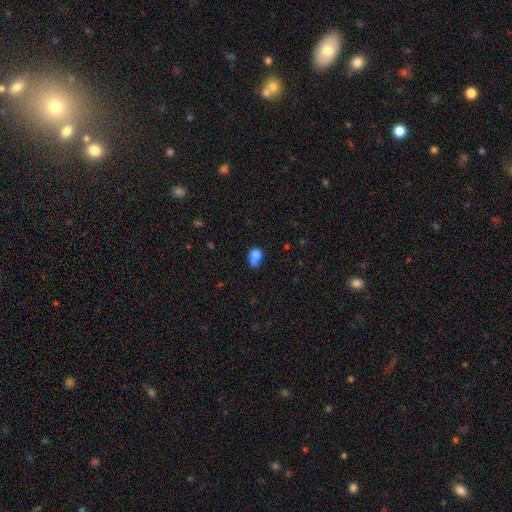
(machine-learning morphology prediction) Smooth or featured: smooth — 76% (featured or disk — 13%)
How rounded: in between — 52% (round — 47%)
Merging: merger — 38% (none — 31%)